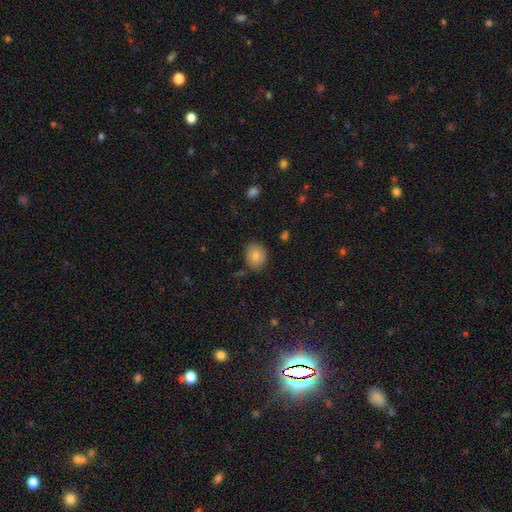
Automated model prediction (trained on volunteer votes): The model was most divided on "how rounded": round: 67%, in between: 32%, cigar-shaped: 1%. More confident: smooth or featured — smooth (85%); merging — none (80%).